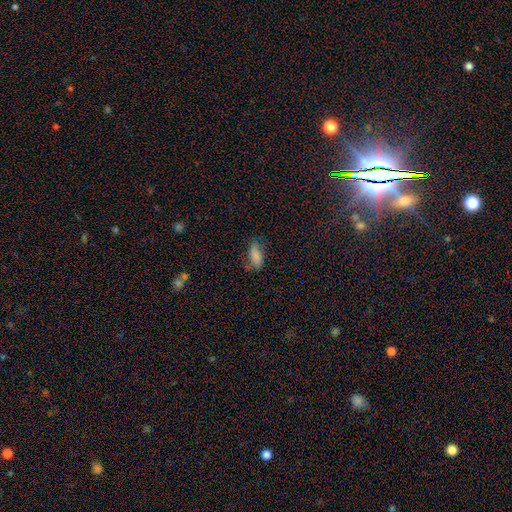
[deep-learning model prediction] A smooth galaxy with no disk features (80%) that is in between round and cigar-shaped (85%). Merging: none (58%).